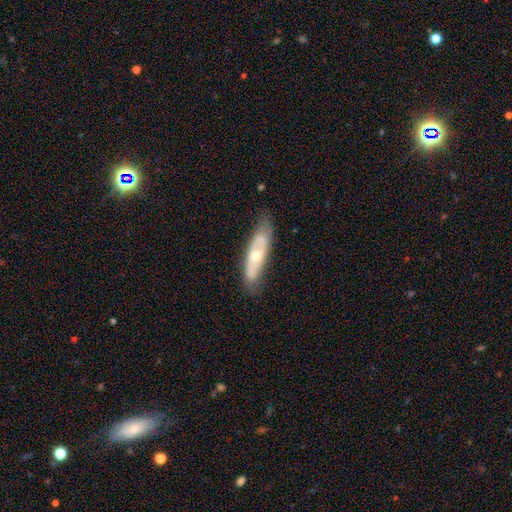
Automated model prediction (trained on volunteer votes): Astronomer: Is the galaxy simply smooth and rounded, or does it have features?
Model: featured or disk — 59%.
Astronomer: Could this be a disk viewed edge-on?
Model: no — 58% (runner-up: yes, 42%).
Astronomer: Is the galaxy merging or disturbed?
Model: none — 71%.